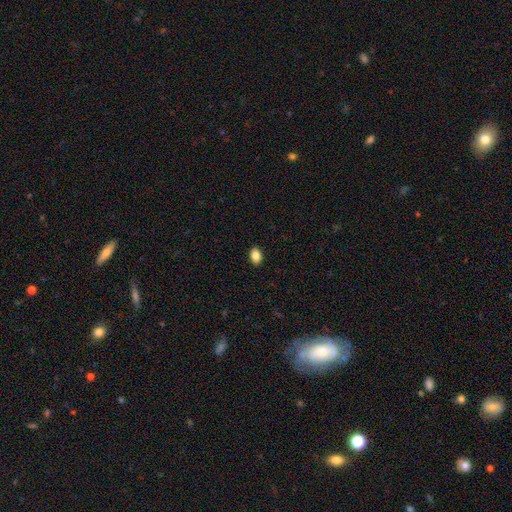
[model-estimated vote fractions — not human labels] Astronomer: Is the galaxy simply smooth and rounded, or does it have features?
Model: smooth — 86%.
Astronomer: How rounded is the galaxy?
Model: in between — 82%.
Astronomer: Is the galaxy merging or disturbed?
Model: none — 90%.